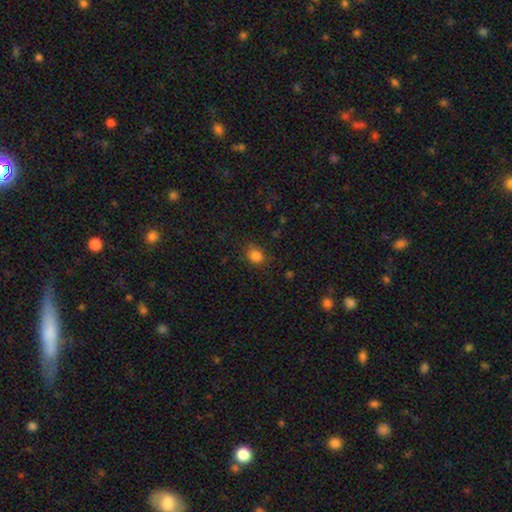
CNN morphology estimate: smooth-or-featured: smooth: 83% | star or artifact: 12% | featured or disk: 4%
  how-rounded: round: 58% | in between: 41% | cigar-shaped: 1%
  merging: none: 75% | minor disturbance: 18% | major disturbance: 6% | merger: 2%